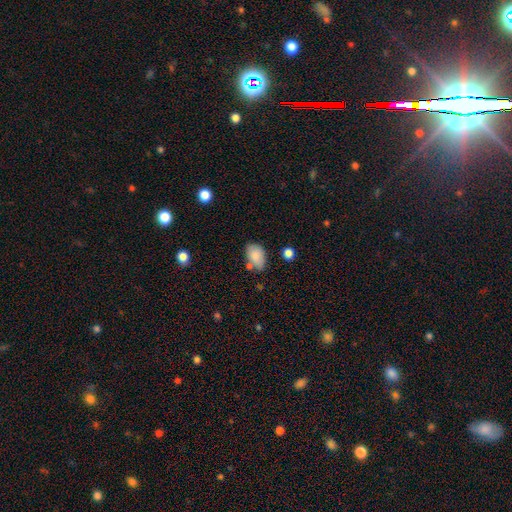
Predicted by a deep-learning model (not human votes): A smooth galaxy with no disk features (83%) that is in between round and cigar-shaped (86%).

Vote fractions:
- Smooth or featured? smooth: 83% / featured or disk: 9% / star or artifact: 8%
- How rounded? in between: 86% / round: 12% / cigar-shaped: 1%
- Merging? none: 58% / minor disturbance: 27% / merger: 10% / major disturbance: 6%